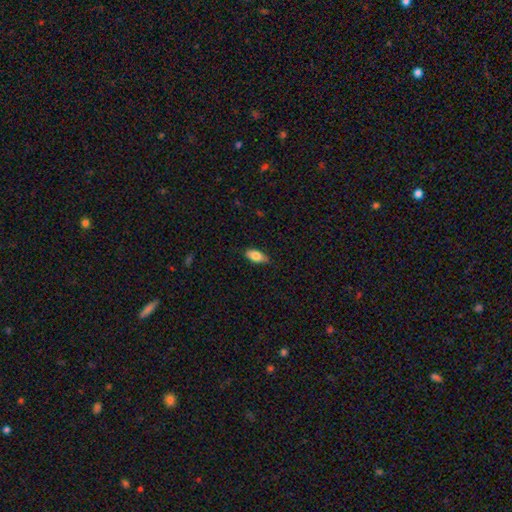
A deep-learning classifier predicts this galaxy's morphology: The model was most divided on "merging": none: 82%, minor disturbance: 15%, major disturbance: 2%, merger: 1%. More confident: how rounded — in between (87%); smooth or featured — smooth (82%).